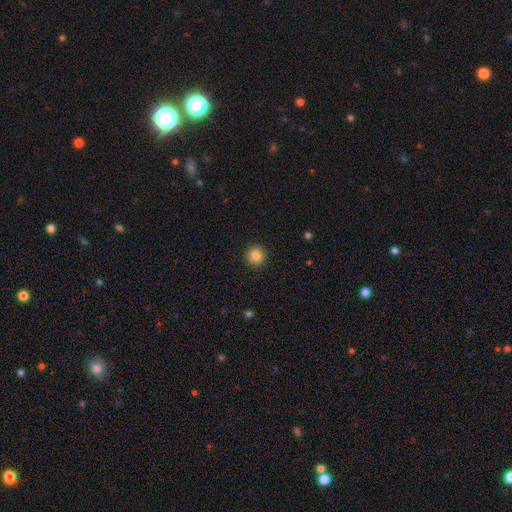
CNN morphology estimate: Smooth or featured: smooth — 84% (star or artifact — 10%)
How rounded: round — 92% (in between — 7%)
Merging: none — 91% (minor disturbance — 6%)